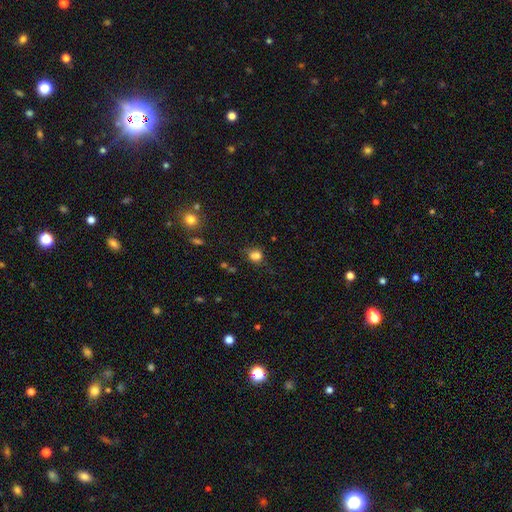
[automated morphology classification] The model was most divided on "how rounded": round: 58%, in between: 40%, cigar-shaped: 1%. More confident: smooth or featured — smooth (78%); merging — none (56%).